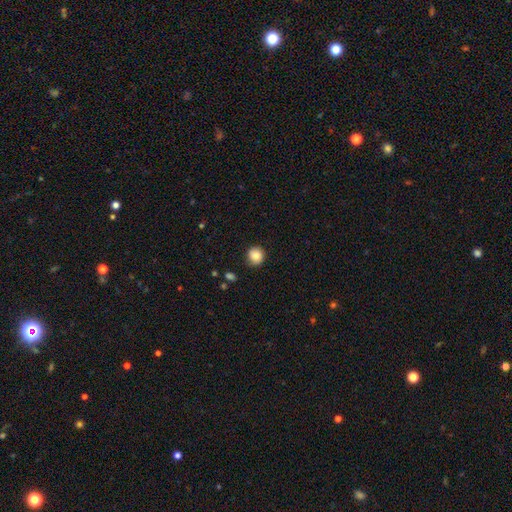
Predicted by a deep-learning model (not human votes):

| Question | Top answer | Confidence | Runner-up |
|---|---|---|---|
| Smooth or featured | smooth | 86% | star or artifact (9%) |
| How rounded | round | 89% | in between (10%) |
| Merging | none | 81% | minor disturbance (14%) |